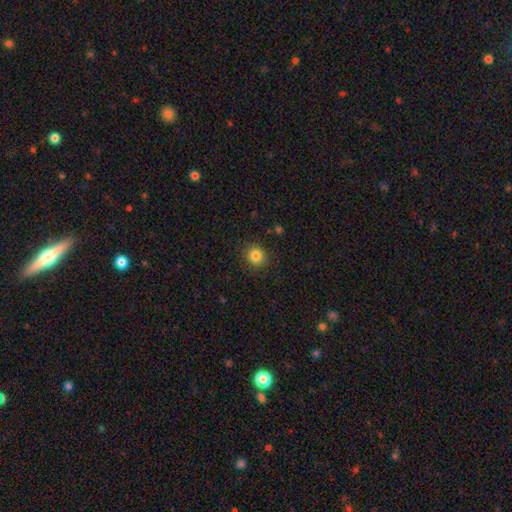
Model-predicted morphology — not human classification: Smooth or featured?
  - smooth: 84% *
  - star or artifact: 11%
  - featured or disk: 5%
How rounded?
  - round: 82% *
  - in between: 17%
  - cigar-shaped: 1%
Merging?
  - none: 88% *
  - minor disturbance: 8%
  - major disturbance: 3%
  - merger: 1%